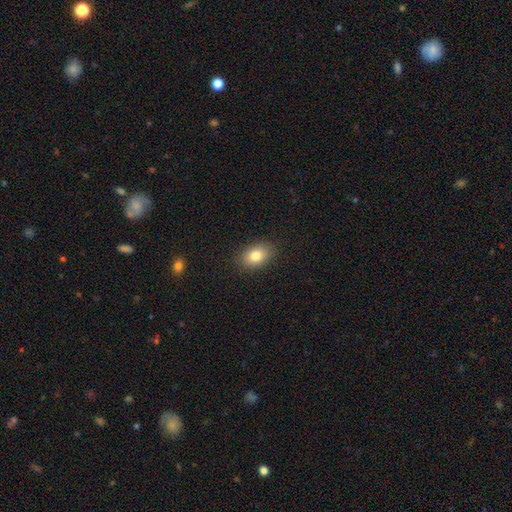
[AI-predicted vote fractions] The model was most divided on "how rounded": in between: 82%, round: 17%, cigar-shaped: 1%. More confident: merging — none (88%); smooth or featured — smooth (82%).